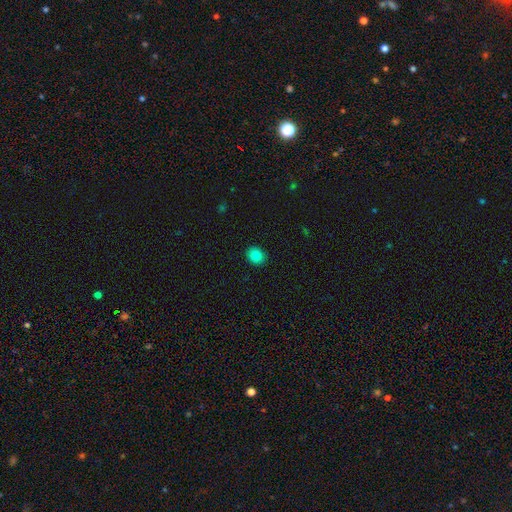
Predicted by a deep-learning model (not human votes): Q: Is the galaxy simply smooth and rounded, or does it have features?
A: smooth — 84%.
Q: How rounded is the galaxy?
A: round — 65%.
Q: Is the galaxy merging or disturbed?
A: none — 91%.